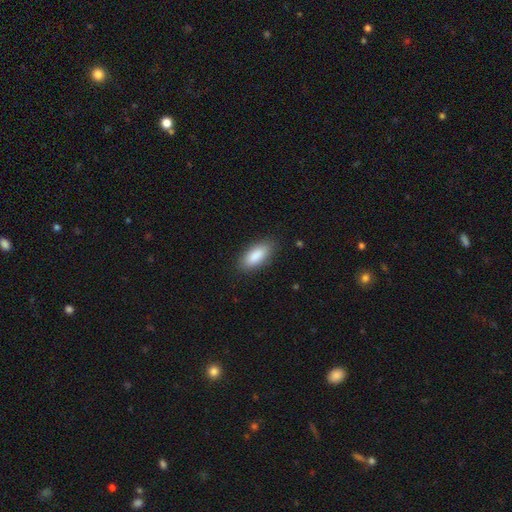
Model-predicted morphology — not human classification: The model was most divided on "how rounded": in between: 83%, cigar-shaped: 15%, round: 2%. More confident: smooth or featured — smooth (88%); merging — none (86%).